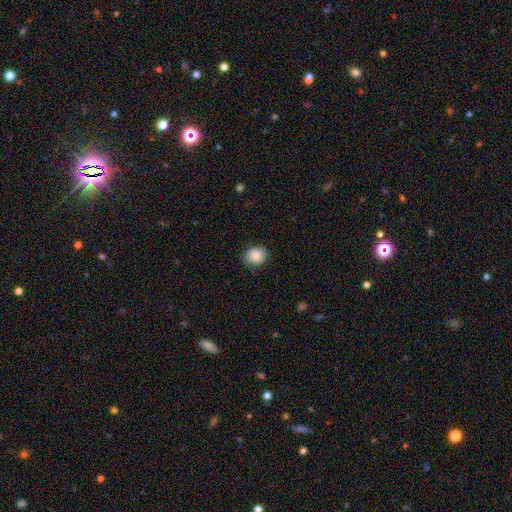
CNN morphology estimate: Smooth or featured? Predicted: smooth (p=0.87). How rounded? Predicted: round (p=0.78). Merging? Predicted: none (p=0.83).